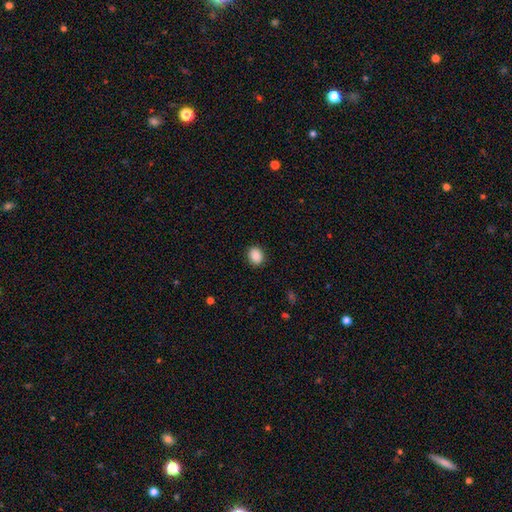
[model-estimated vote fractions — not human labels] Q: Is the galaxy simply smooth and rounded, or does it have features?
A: smooth — 88%.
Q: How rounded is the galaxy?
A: round — 53%.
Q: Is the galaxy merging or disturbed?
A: none — 90%.